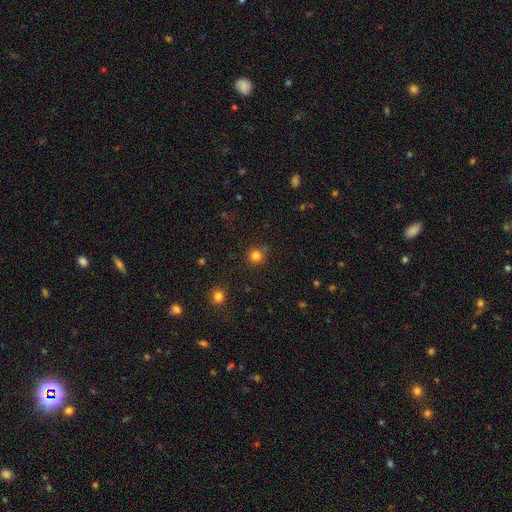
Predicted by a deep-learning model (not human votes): Smooth or featured?
  - smooth: 81% *
  - star or artifact: 14%
  - featured or disk: 5%
How rounded?
  - round: 94% *
  - in between: 5%
  - cigar-shaped: 1%
Merging?
  - none: 85% *
  - minor disturbance: 7%
  - merger: 5%
  - major disturbance: 3%